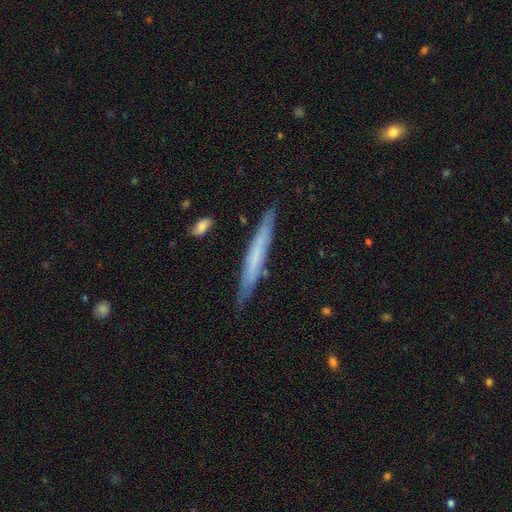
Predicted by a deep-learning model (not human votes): Smooth or featured?
  - smooth: 51% *
  - featured or disk: 43%
  - star or artifact: 6%
How rounded?
  - cigar-shaped: 96% *
  - in between: 3%
  - round: 1%
Merging?
  - none: 84% *
  - minor disturbance: 12%
  - merger: 2%
  - major disturbance: 2%